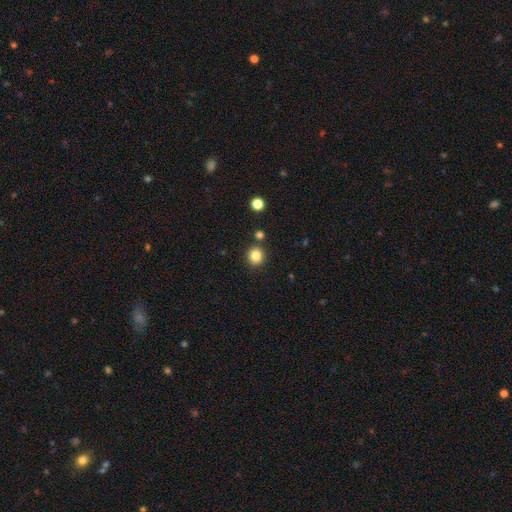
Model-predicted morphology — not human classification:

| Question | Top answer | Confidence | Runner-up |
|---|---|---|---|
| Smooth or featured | smooth | 83% | star or artifact (12%) |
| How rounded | round | 88% | in between (11%) |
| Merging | none | 85% | minor disturbance (7%) |